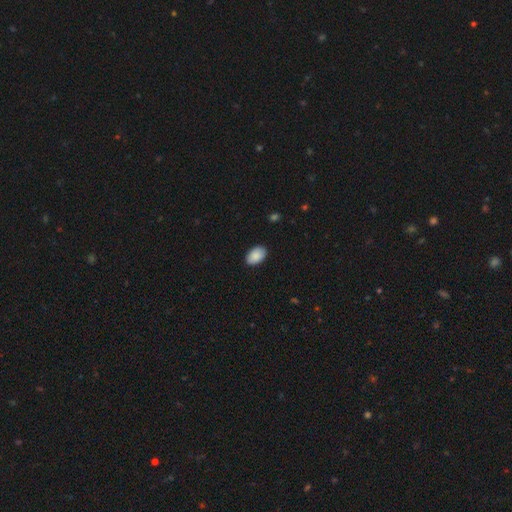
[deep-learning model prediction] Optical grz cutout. It shows a smooth galaxy with no disk features (90%) that is in between round and cigar-shaped (92%). Merging: none (89%).